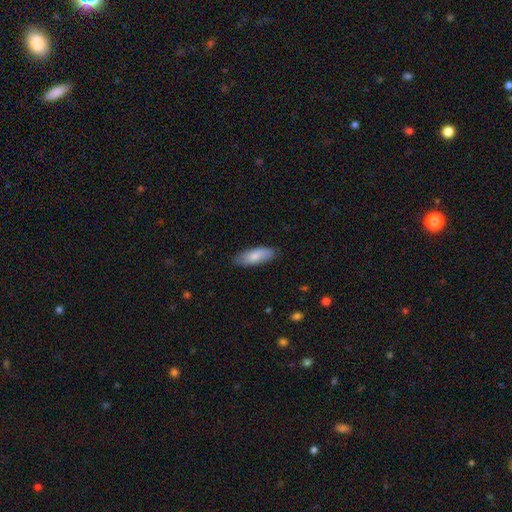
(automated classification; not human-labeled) Smooth or featured? Predicted: smooth (p=0.80). How rounded? Predicted: in between (p=0.69). Merging? Predicted: none (p=0.83).